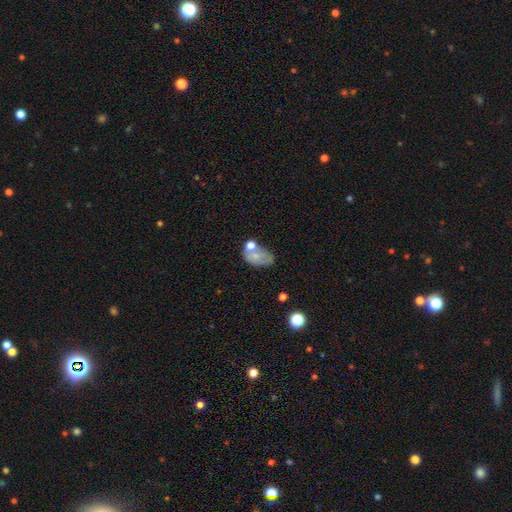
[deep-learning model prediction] A smooth galaxy with no disk features (61%) that is in between round and cigar-shaped (85%).

Vote fractions:
- Smooth or featured? smooth: 61% / featured or disk: 28% / star or artifact: 11%
- How rounded? in between: 85% / round: 14% / cigar-shaped: 2%
- Merging? none: 38% / minor disturbance: 25% / merger: 22% / major disturbance: 15%